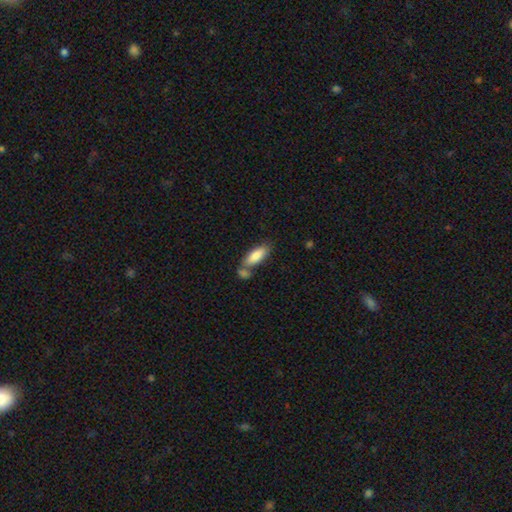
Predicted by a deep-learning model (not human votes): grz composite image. It shows a smooth galaxy with no disk features (83%) that is in between round and cigar-shaped (74%). Merging: none (49%).